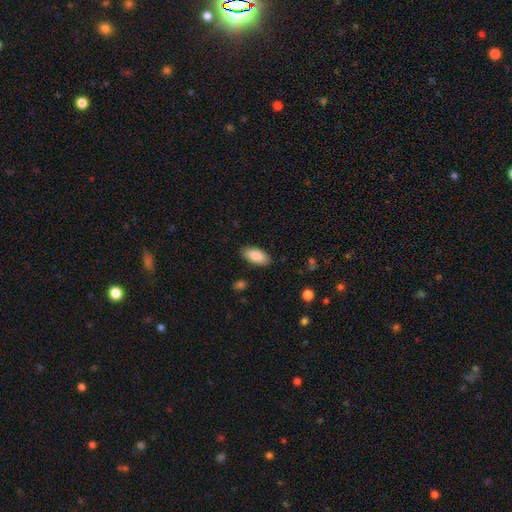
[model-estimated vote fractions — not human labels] smooth-or-featured: smooth: 86% | featured or disk: 8% | star or artifact: 6%
  how-rounded: in between: 91% | cigar-shaped: 7% | round: 2%
  merging: none: 88% | minor disturbance: 9% | major disturbance: 2% | merger: 1%